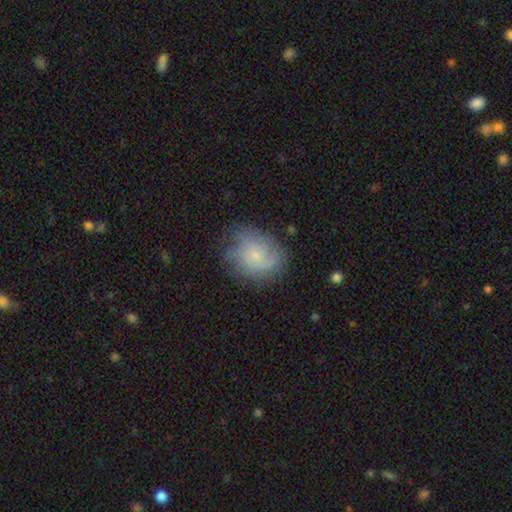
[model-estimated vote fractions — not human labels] This appears to be a featured or disk galaxy (49%). Merging: none (66%).